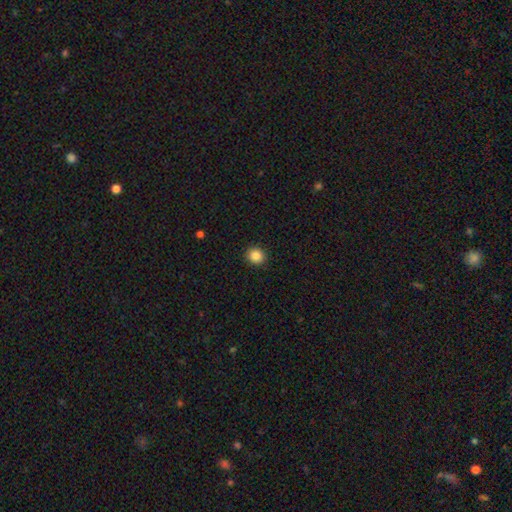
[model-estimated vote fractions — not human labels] smooth_or_featured: smooth (p=0.86) [alt: star or artifact p=0.10]
how_rounded: round (p=0.87) [alt: in between p=0.12]
merging: none (p=0.92) [alt: minor disturbance p=0.05]